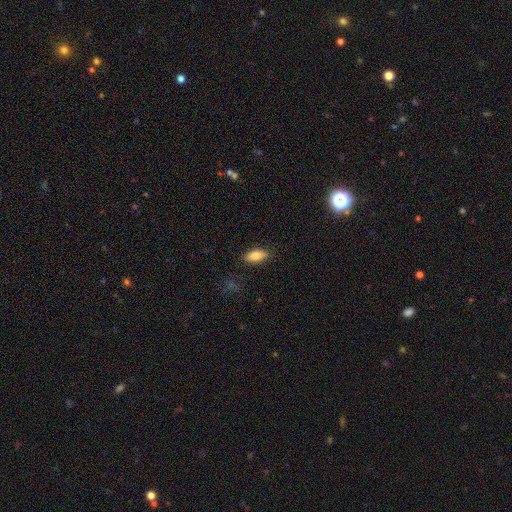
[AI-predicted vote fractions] This appears to be a smooth galaxy with no disk features (81%) that is in between round and cigar-shaped (82%). Merging: none (84%).